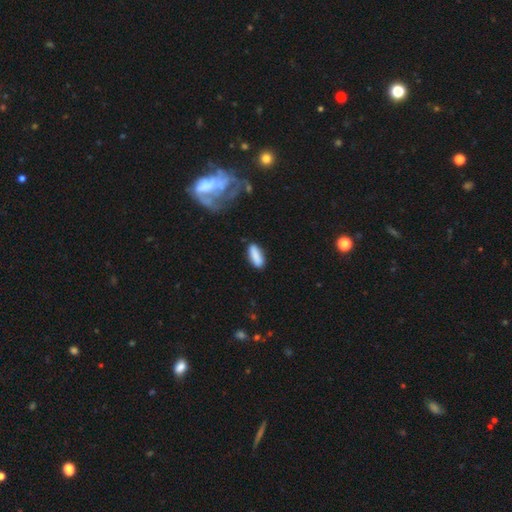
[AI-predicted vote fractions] smooth_or_featured: smooth (p=0.86) [alt: featured or disk p=0.08]
how_rounded: in between (p=0.65) [alt: cigar-shaped p=0.33]
merging: none (p=0.81) [alt: minor disturbance p=0.14]